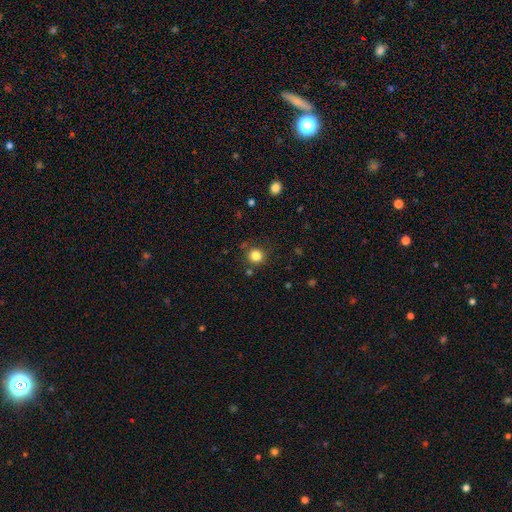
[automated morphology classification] Smooth or featured? smooth (83%)
How rounded? round (91%)
Merging? none (84%)